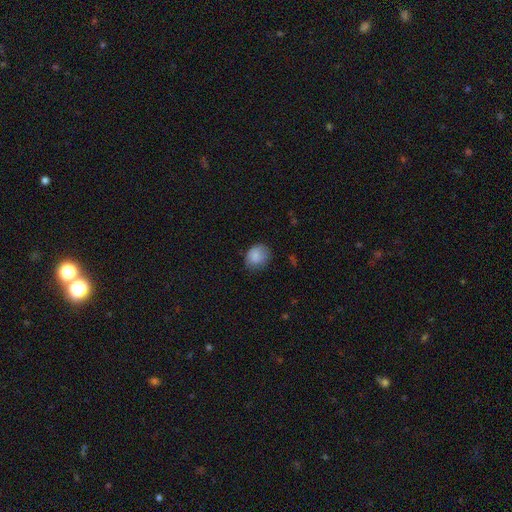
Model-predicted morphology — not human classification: Smooth or featured: smooth — 85% (featured or disk — 8%)
How rounded: round — 55% (in between — 44%)
Merging: none — 69% (minor disturbance — 25%)